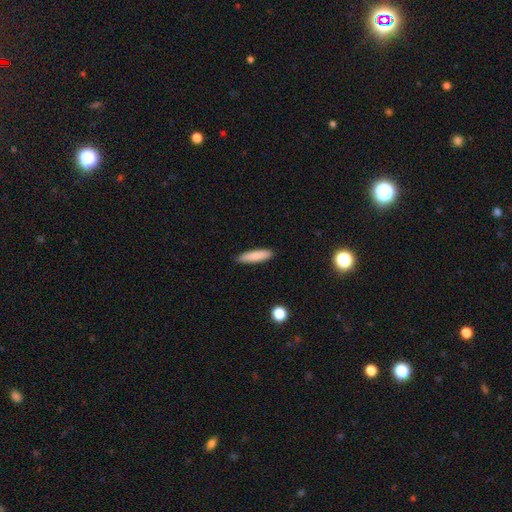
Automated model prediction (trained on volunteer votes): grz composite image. It shows a smooth galaxy with no disk features (84%) that is cigar-shaped (73%). Merging: none (89%).